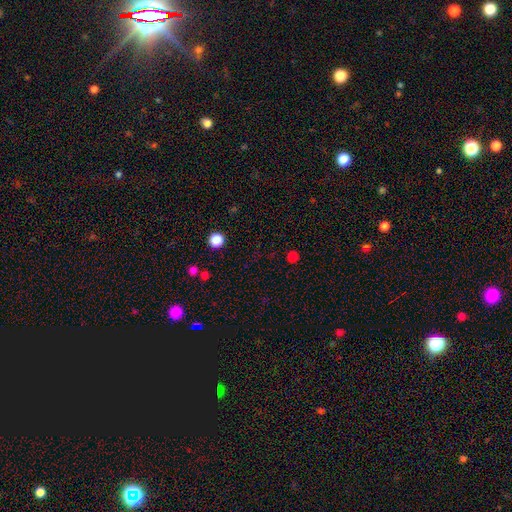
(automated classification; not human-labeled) Q: Smooth or featured?
A: smooth (51%); runner-up: star or artifact (43%)
Q: How rounded?
A: round (89%); runner-up: in between (9%)
Q: Merging?
A: none (86%); runner-up: minor disturbance (7%)